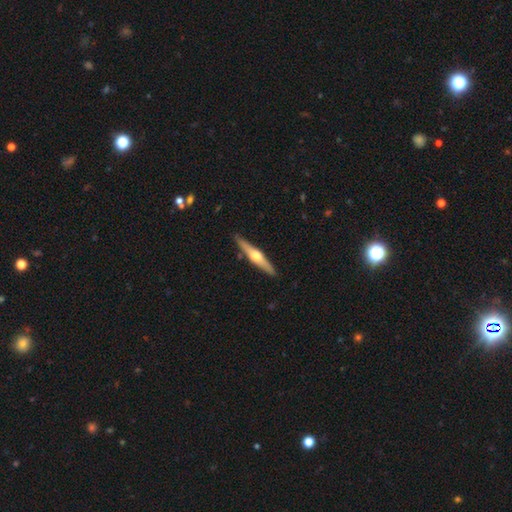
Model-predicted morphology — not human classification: Q: Smooth or featured?
A: featured or disk (68%); runner-up: smooth (27%)
Q: Edge-on disk?
A: yes (97%); runner-up: no (3%)
Q: Edge-on bulge?
A: rounded (94%); runner-up: boxy (4%)
Q: Merging?
A: none (89%); runner-up: minor disturbance (8%)